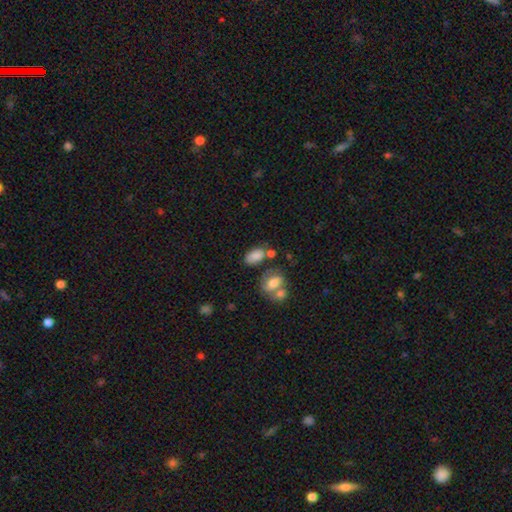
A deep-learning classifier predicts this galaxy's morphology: Smooth or featured? smooth (79%)
How rounded? in between (89%)
Merging? none (50%)